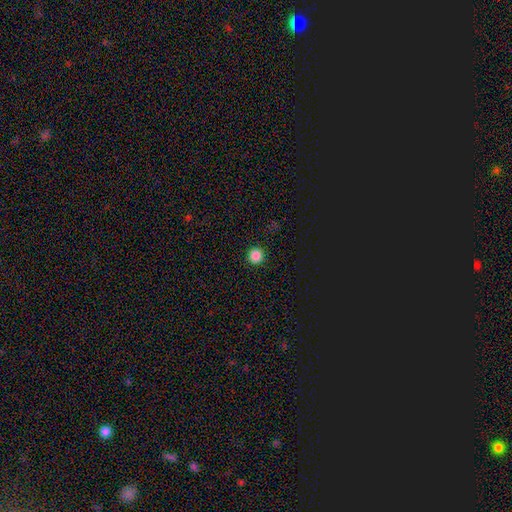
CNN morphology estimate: type=smooth (86%); roundness=round (95%); merging=none (93%).